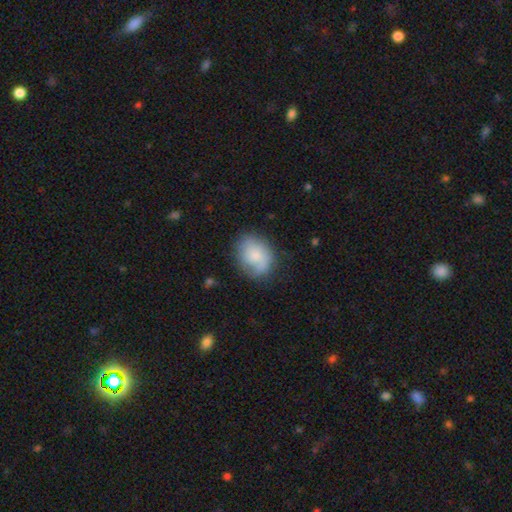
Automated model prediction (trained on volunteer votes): smooth_or_featured: smooth (p=0.68) [alt: featured or disk p=0.24]
how_rounded: in between (p=0.54) [alt: round p=0.45]
merging: none (p=0.64) [alt: minor disturbance p=0.24]